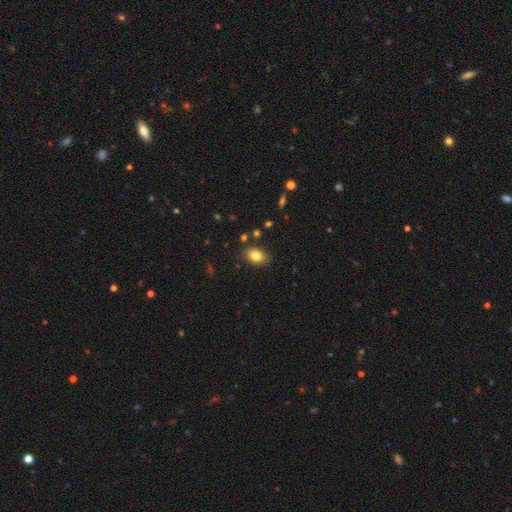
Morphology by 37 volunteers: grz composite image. It shows a smooth galaxy with no disk features (86%) that is in between round and cigar-shaped (72%). Merging: none (89%).